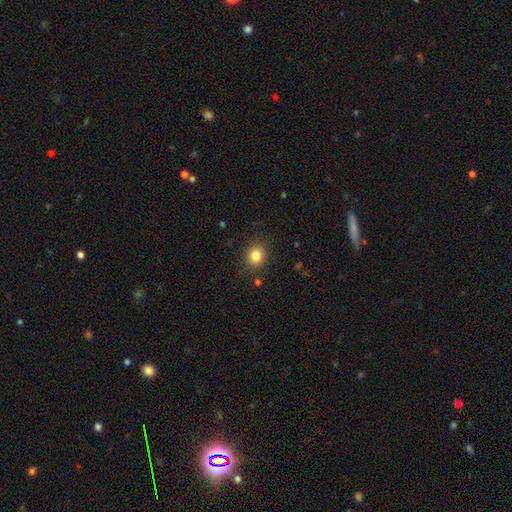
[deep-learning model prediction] Smooth or featured? Predicted: smooth (p=0.84). How rounded? Predicted: round (p=0.70). Merging? Predicted: none (p=0.87).